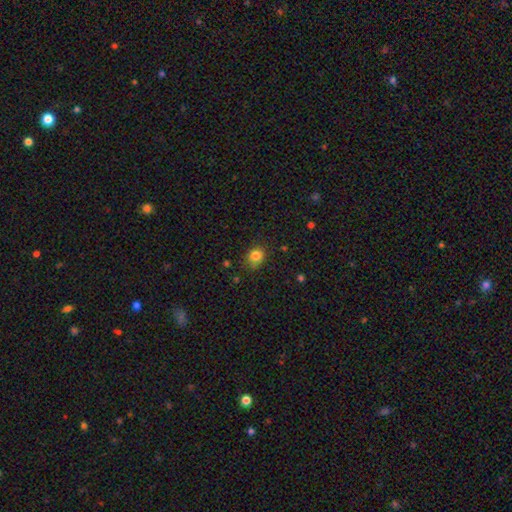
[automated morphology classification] Smooth or featured? Predicted: smooth (p=0.83). How rounded? Predicted: round (p=0.69). Merging? Predicted: none (p=0.71).